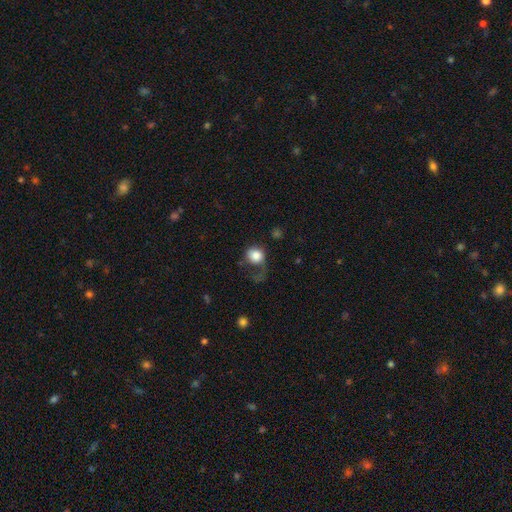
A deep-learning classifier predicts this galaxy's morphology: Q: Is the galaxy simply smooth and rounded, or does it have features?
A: smooth — 78%.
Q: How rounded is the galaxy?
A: round — 78%.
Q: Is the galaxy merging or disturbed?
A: major disturbance — 44%.